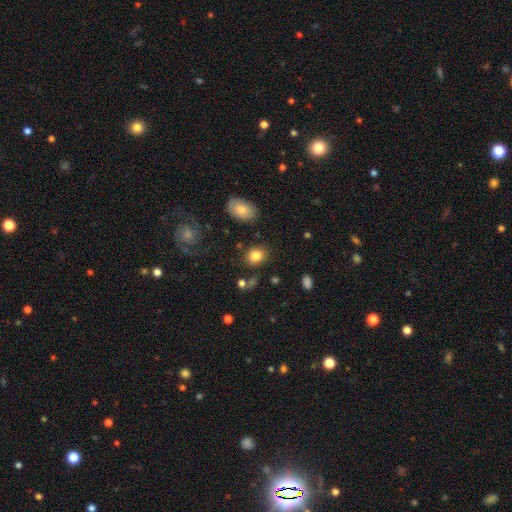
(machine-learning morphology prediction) Smooth or featured: smooth — 84% (star or artifact — 10%)
How rounded: in between — 50% (round — 49%)
Merging: none — 79% (minor disturbance — 13%)